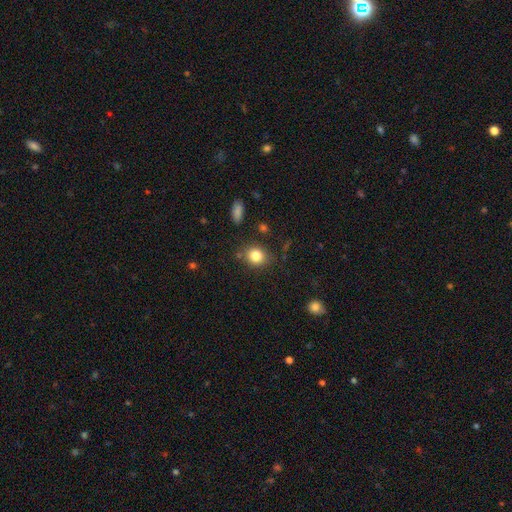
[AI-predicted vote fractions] smooth 83%, star or artifact 10%, featured or disk 7%. Down the decision tree: how rounded — round (67%); merging — none (81%).